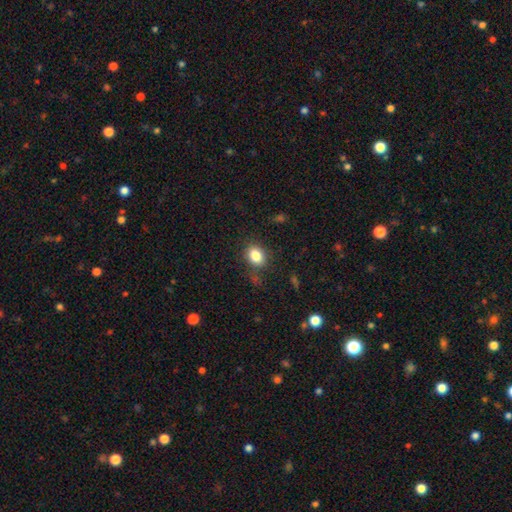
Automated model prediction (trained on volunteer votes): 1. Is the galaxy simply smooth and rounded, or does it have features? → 83% smooth, 10% star or artifact, 6% featured or disk.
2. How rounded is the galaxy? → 58% in between, 41% round, 1% cigar-shaped.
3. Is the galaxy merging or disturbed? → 79% none, 14% minor disturbance, 5% major disturbance, 2% merger.